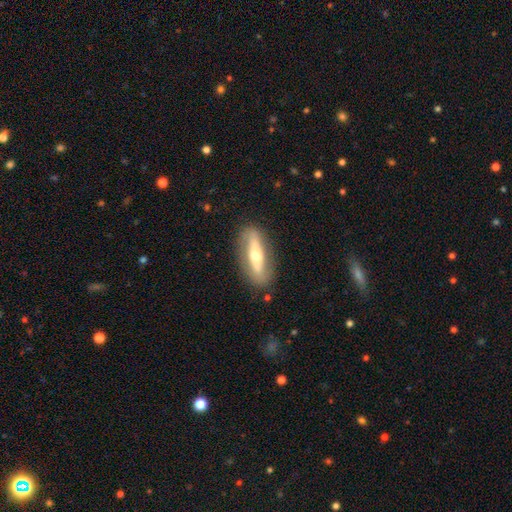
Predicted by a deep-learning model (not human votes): Smooth or featured? featured or disk (60%)
Edge-on disk? no (52%)
Merging? none (84%)